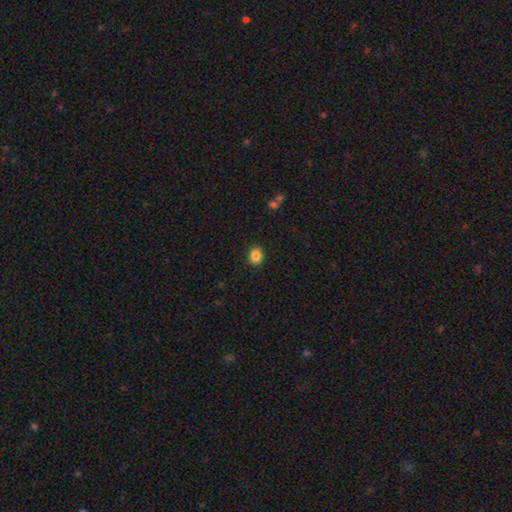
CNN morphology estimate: Smooth or featured: smooth — 86% (star or artifact — 10%)
How rounded: round — 58% (in between — 41%)
Merging: none — 91% (minor disturbance — 6%)